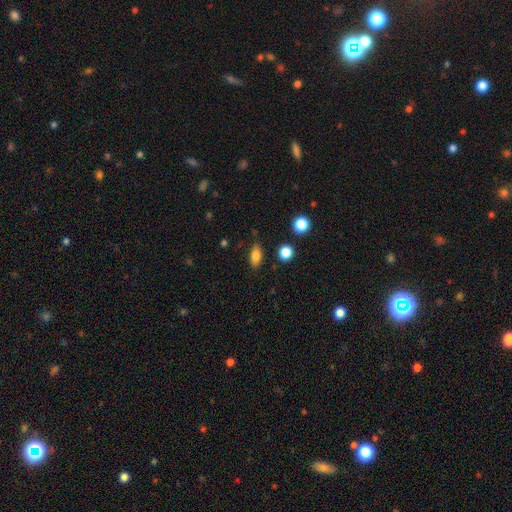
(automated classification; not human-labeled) Smooth or featured? smooth (81%)
How rounded? in between (82%)
Merging? none (85%)